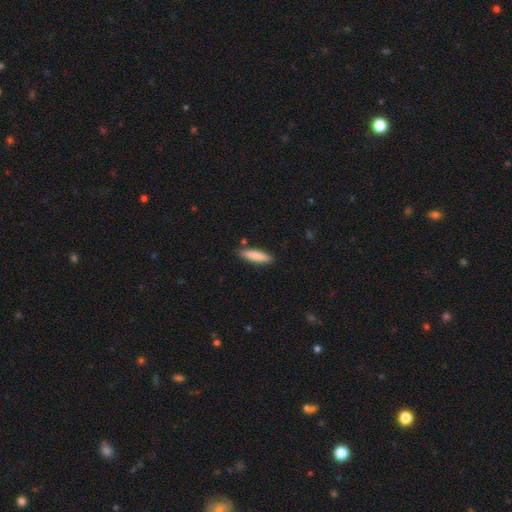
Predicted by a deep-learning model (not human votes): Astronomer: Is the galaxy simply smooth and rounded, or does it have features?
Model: smooth — 85%.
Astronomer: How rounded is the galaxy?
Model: cigar-shaped — 73%.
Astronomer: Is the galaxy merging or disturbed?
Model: none — 86%.